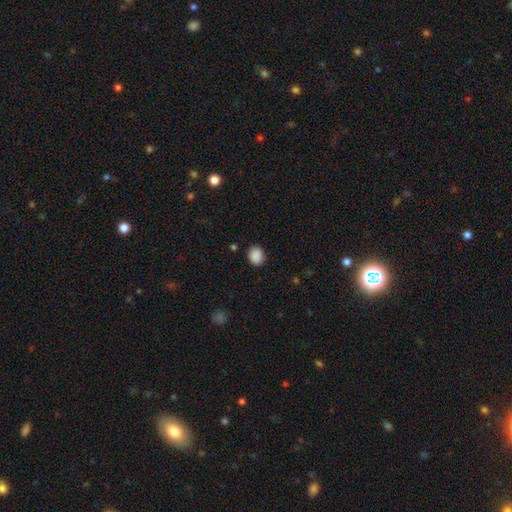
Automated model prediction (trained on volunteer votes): Overall: smooth (89%). How rounded: round (62%; in between 37%). Merging: none (86%).